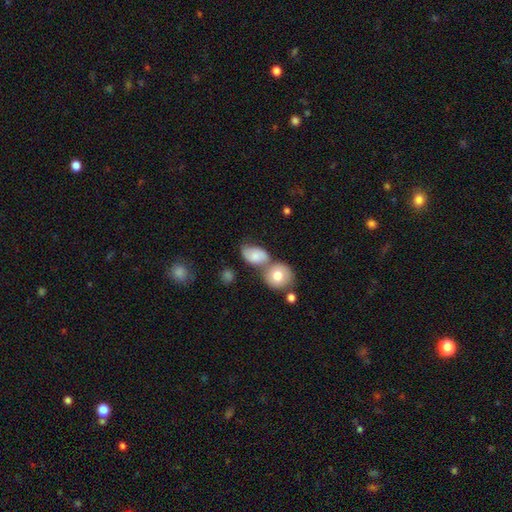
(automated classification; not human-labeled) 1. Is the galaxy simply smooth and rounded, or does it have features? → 74% smooth, 19% featured or disk, 8% star or artifact.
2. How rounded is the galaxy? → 76% in between, 22% round, 2% cigar-shaped.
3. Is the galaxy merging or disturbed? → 37% none, 35% merger, 19% minor disturbance, 8% major disturbance.